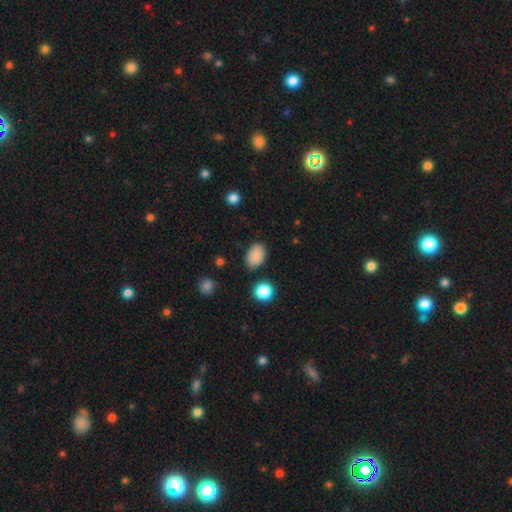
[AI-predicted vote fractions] Morphology: type=smooth (86%); roundness=in between (84%); merging=none (84%).